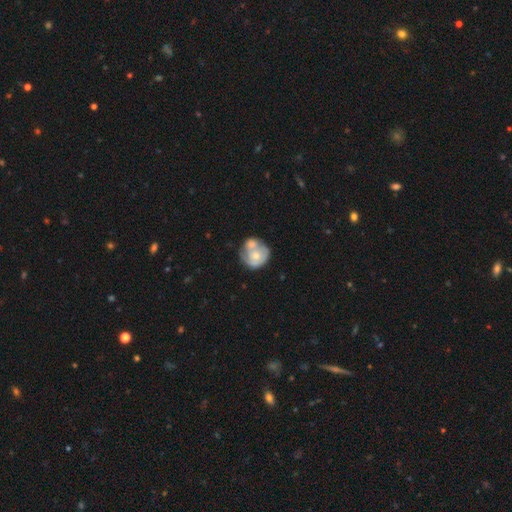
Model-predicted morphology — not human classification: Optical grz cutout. It shows a smooth galaxy with no disk features (50%). Merging: merger (50%).